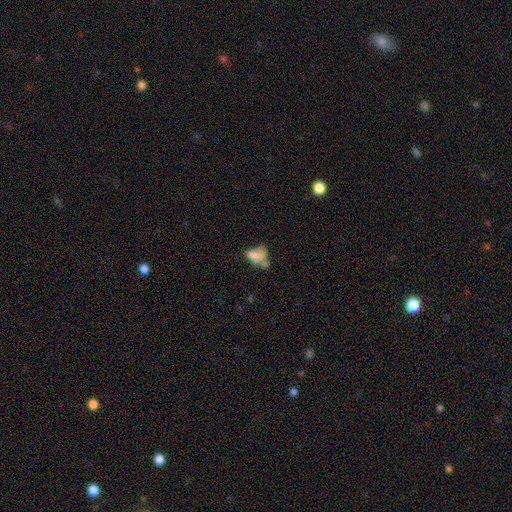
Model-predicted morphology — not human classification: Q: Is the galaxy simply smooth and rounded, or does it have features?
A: smooth — 65%.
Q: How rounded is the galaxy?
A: in between — 83%.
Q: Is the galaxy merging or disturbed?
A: merger — 36%.